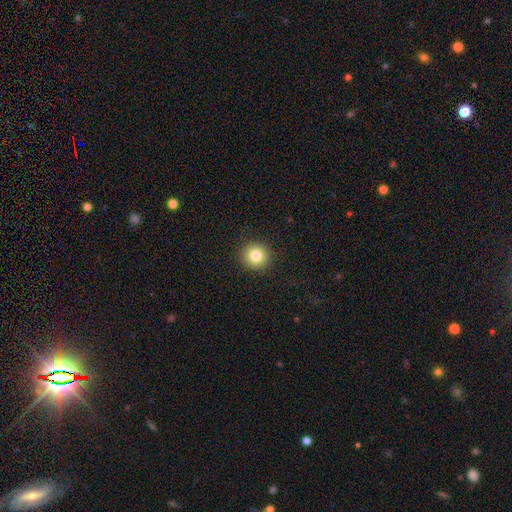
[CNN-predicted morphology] A smooth galaxy with no disk features (83%) that is round (93%).

Vote fractions:
- Smooth or featured? smooth: 83% / star or artifact: 11% / featured or disk: 7%
- How rounded? round: 93% / in between: 6% / cigar-shaped: 1%
- Merging? none: 92% / minor disturbance: 5% / major disturbance: 2% / merger: 1%